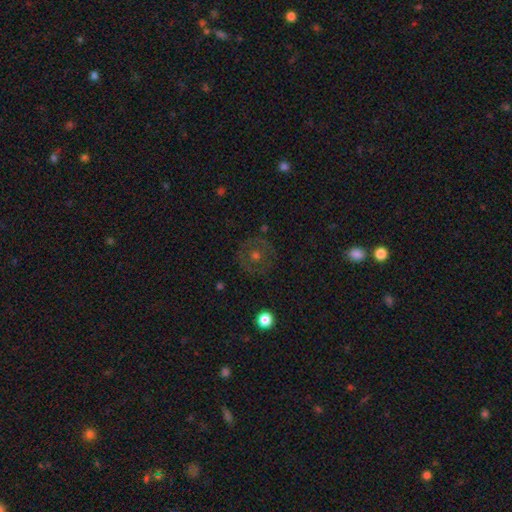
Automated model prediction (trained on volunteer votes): smooth_or_featured: smooth (p=0.46) [alt: featured or disk p=0.41]
merging: none (p=0.82) [alt: minor disturbance p=0.11]